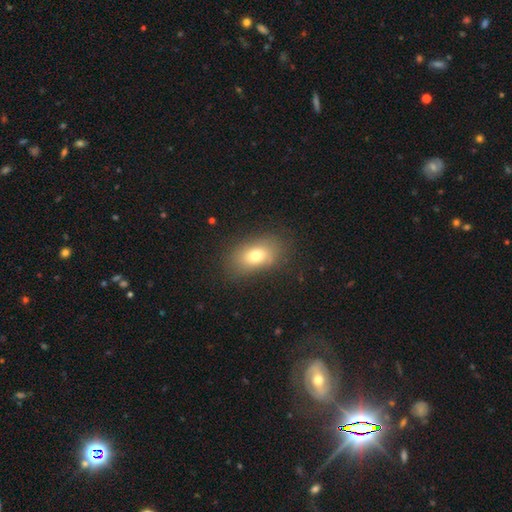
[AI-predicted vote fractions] The model was most divided on "smooth or featured": smooth: 74%, featured or disk: 15%, star or artifact: 10%. More confident: how rounded — in between (86%); merging — none (80%).